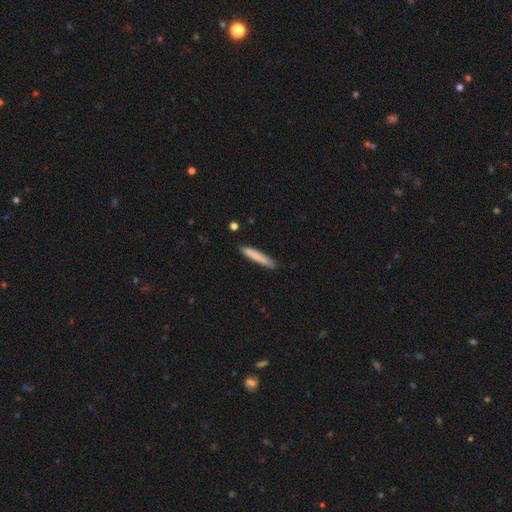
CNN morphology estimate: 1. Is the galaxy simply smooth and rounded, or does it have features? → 80% smooth, 14% featured or disk, 6% star or artifact.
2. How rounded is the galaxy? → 93% cigar-shaped, 6% in between, 1% round.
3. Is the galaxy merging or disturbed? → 85% none, 12% minor disturbance, 2% major disturbance, 2% merger.